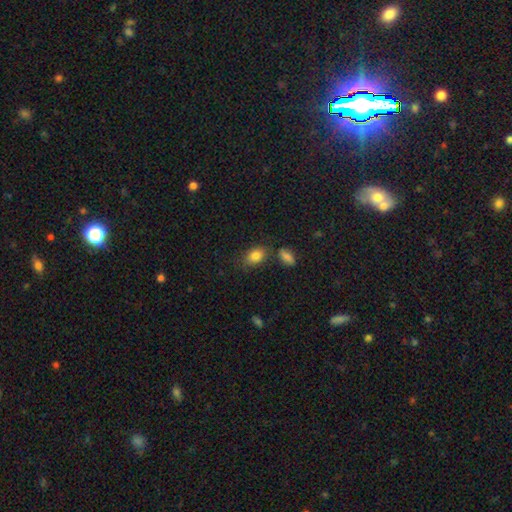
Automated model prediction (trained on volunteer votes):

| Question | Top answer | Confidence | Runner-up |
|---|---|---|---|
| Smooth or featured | smooth | 82% | star or artifact (9%) |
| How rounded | in between | 79% | round (19%) |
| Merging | none | 69% | minor disturbance (18%) |